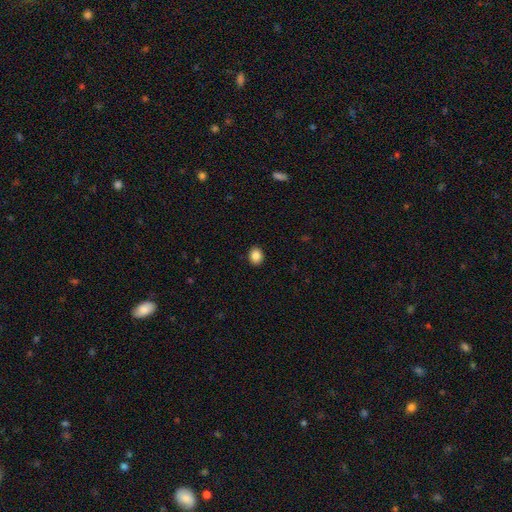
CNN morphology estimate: This is clearly a smooth galaxy (87%). How rounded: possibly round (56%). Merging: clearly none (91%).